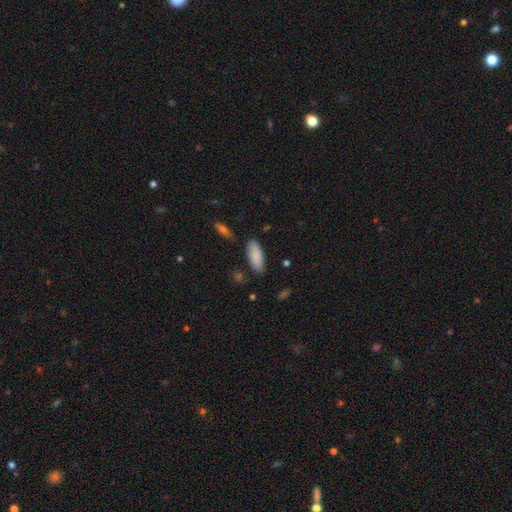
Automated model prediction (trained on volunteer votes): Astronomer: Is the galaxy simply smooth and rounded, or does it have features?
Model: smooth — 89%.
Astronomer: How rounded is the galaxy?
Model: in between — 76%.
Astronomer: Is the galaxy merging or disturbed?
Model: none — 85%.